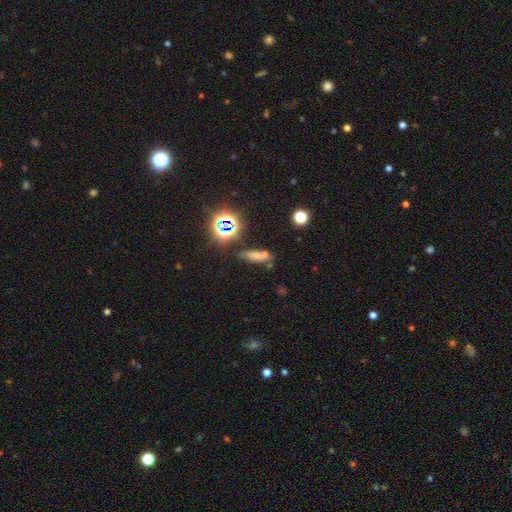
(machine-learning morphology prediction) smooth-or-featured: smooth: 46% | star or artifact: 39% | featured or disk: 15%
  merging: none: 57% | merger: 21% | minor disturbance: 14% | major disturbance: 7%